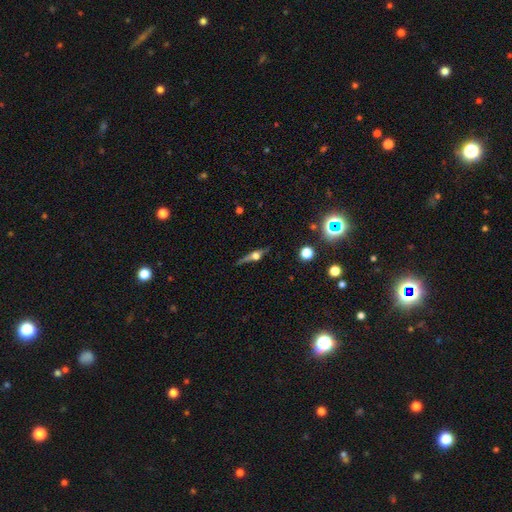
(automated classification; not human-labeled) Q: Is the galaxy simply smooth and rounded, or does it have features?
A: featured or disk — 71%.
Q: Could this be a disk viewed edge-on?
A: yes — 95%.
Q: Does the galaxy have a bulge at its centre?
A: rounded — 94%.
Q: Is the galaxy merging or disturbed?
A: none — 77%.